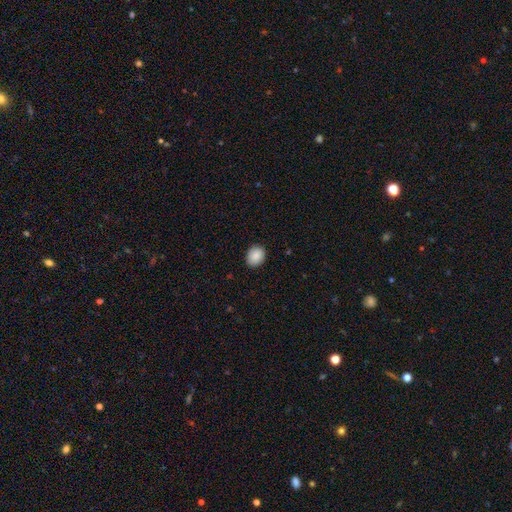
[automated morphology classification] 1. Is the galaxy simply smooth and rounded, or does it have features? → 89% smooth, 7% star or artifact, 4% featured or disk.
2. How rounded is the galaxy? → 51% round, 49% in between, 1% cigar-shaped.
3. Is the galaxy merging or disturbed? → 89% none, 9% minor disturbance, 2% major disturbance, 1% merger.